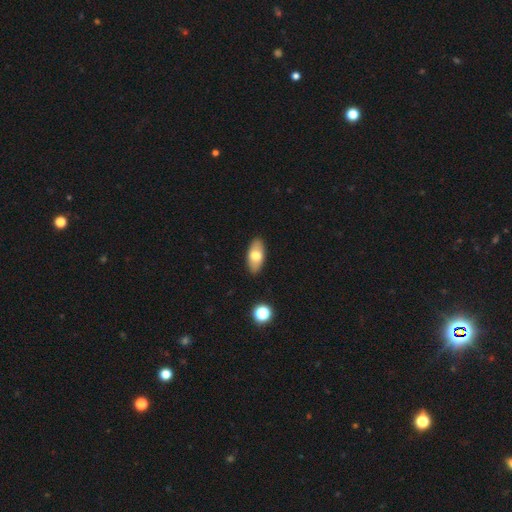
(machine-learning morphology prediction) Smooth or featured? smooth (70%)
How rounded? in between (90%)
Merging? none (88%)